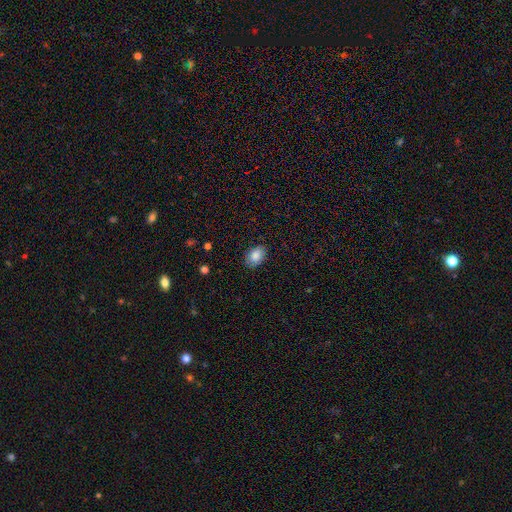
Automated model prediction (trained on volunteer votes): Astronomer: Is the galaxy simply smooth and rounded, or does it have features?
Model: smooth — 84%.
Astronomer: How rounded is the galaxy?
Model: in between — 78%.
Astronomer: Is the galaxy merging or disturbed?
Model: none — 82%.